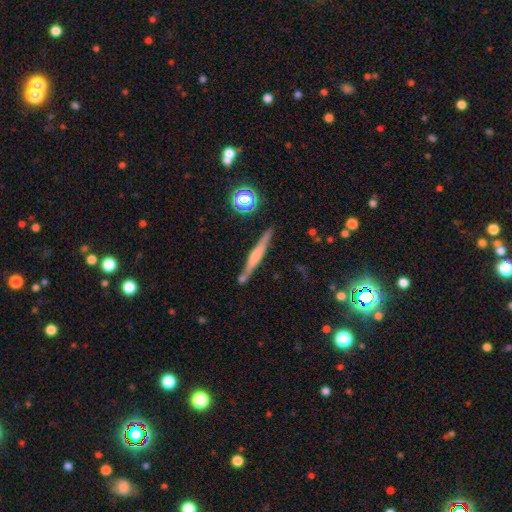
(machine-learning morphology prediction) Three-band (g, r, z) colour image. It shows a featured or disk galaxy (52%) viewed edge-on (96%) with a rounded central bulge (50%). Merging: none (79%).